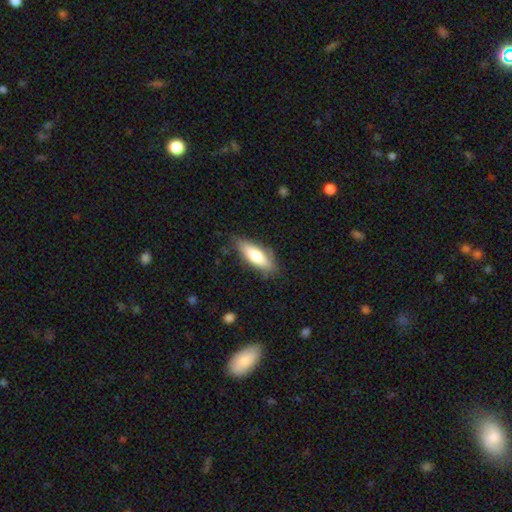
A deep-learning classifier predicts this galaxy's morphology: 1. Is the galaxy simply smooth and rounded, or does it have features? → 70% smooth, 24% featured or disk, 6% star or artifact.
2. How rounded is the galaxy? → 60% in between, 37% cigar-shaped, 2% round.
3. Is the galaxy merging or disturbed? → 79% none, 16% minor disturbance, 3% major disturbance, 2% merger.